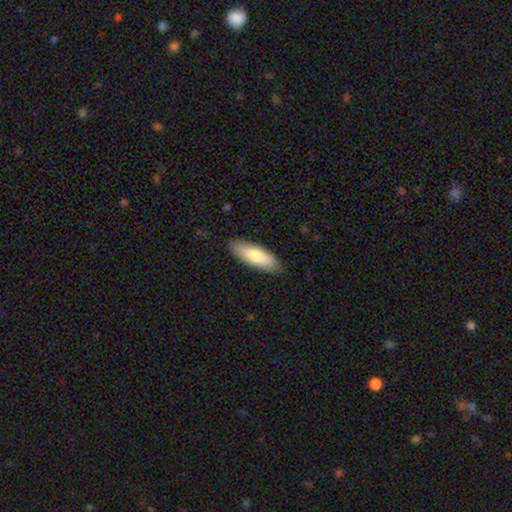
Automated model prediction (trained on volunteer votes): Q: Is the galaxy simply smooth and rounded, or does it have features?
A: smooth — 73%.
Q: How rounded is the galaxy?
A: in between — 60%.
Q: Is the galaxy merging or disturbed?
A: none — 88%.